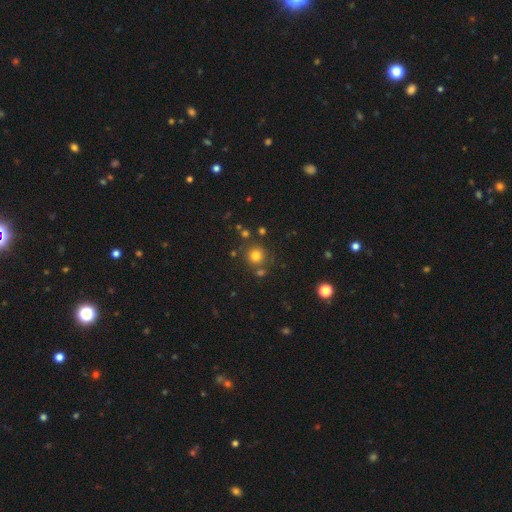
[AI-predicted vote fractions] smooth_or_featured: smooth (p=0.78) [alt: star or artifact p=0.15]
how_rounded: round (p=0.92) [alt: in between p=0.07]
merging: none (p=0.76) [alt: merger p=0.10]